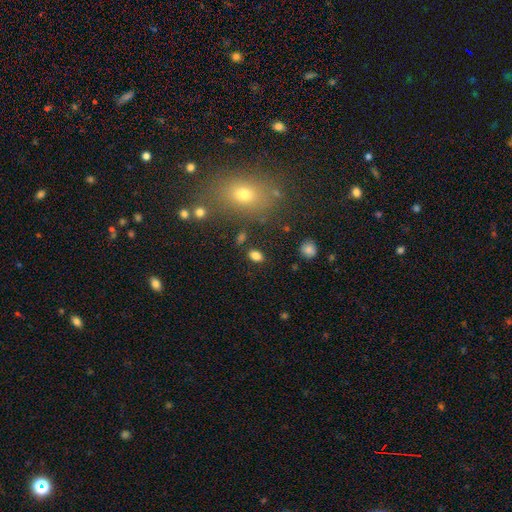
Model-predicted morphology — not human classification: Smooth or featured?
  - smooth: 82% *
  - star or artifact: 11%
  - featured or disk: 7%
How rounded?
  - in between: 85% *
  - round: 13%
  - cigar-shaped: 2%
Merging?
  - none: 83% *
  - minor disturbance: 10%
  - merger: 4%
  - major disturbance: 3%